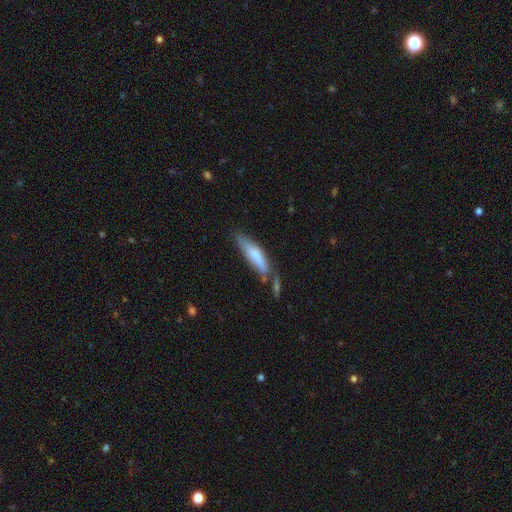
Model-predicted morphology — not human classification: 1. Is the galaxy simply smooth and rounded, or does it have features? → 67% smooth, 27% featured or disk, 6% star or artifact.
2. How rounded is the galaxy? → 71% cigar-shaped, 27% in between, 2% round.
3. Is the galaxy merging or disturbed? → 56% none, 21% minor disturbance, 17% merger, 6% major disturbance.